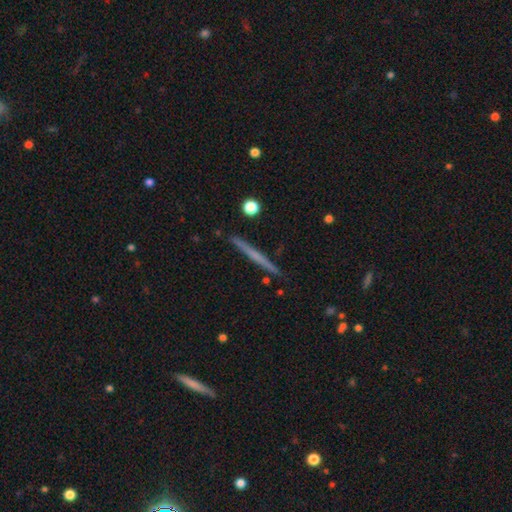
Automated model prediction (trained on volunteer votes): Smooth or featured? Predicted: featured or disk (p=0.57). Edge-on disk? Predicted: yes (p=0.98). Edge-on bulge? Predicted: none (p=0.80). Merging? Predicted: none (p=0.91).